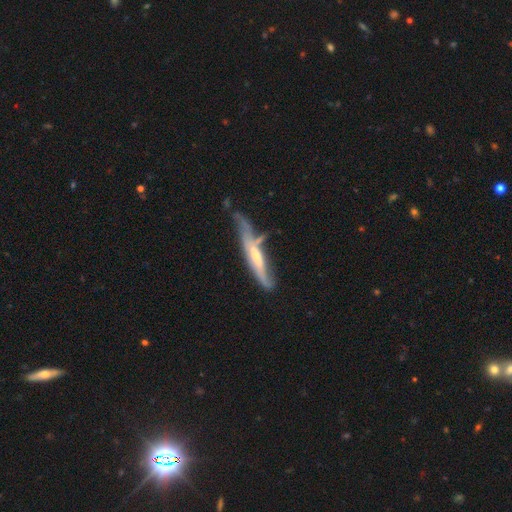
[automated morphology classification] A featured or disk galaxy (63%) viewed edge-on (74%). Merging: none (38%).